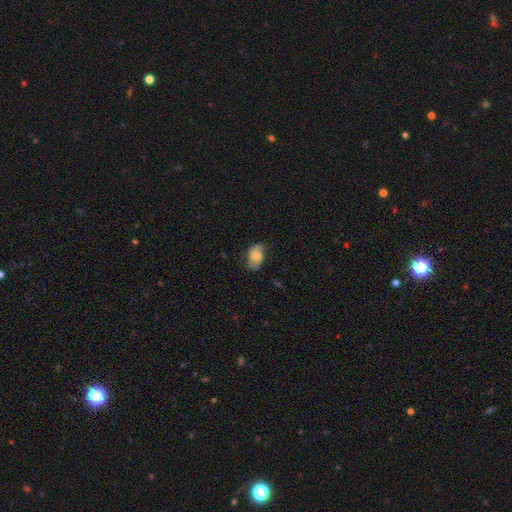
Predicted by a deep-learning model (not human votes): A smooth galaxy with no disk features (54%) that is in between round and cigar-shaped (87%). Merging: none (66%).